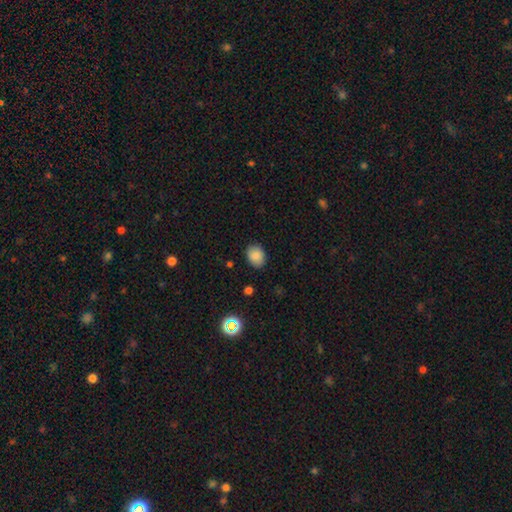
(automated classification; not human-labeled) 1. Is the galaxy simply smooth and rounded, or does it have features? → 86% smooth, 10% star or artifact, 4% featured or disk.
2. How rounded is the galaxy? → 58% in between, 41% round, 1% cigar-shaped.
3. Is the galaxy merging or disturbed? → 84% none, 12% minor disturbance, 3% major disturbance, 1% merger.